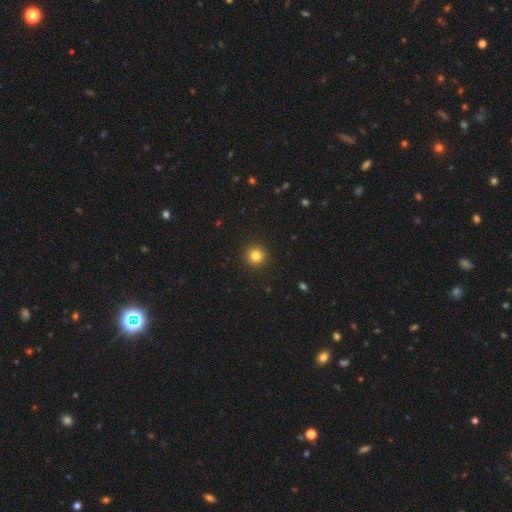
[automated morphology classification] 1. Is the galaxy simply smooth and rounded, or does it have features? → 82% smooth, 12% star or artifact, 5% featured or disk.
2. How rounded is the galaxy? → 95% round, 4% in between, 1% cigar-shaped.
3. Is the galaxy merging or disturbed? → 93% none, 5% minor disturbance, 2% major disturbance, 1% merger.